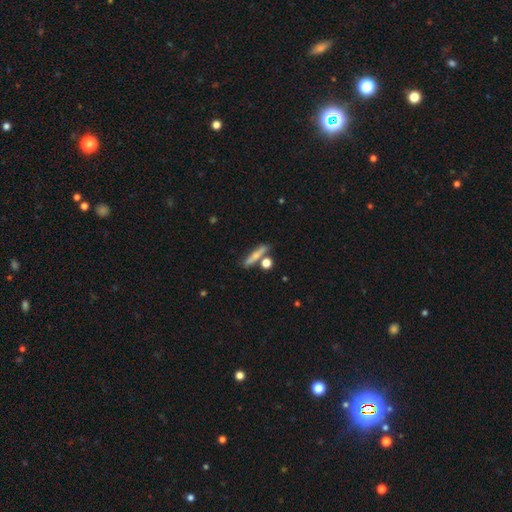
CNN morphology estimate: Smooth or featured? smooth (56%)
How rounded? cigar-shaped (75%)
Merging? none (71%)